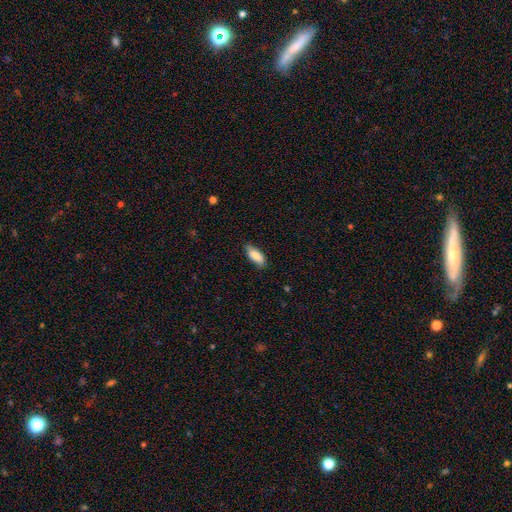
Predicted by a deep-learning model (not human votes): A smooth galaxy with no disk features (83%) that is in between round and cigar-shaped (77%).

Vote fractions:
- Smooth or featured? smooth: 83% / featured or disk: 11% / star or artifact: 6%
- How rounded? in between: 77% / cigar-shaped: 21% / round: 2%
- Merging? none: 79% / minor disturbance: 17% / major disturbance: 3% / merger: 1%